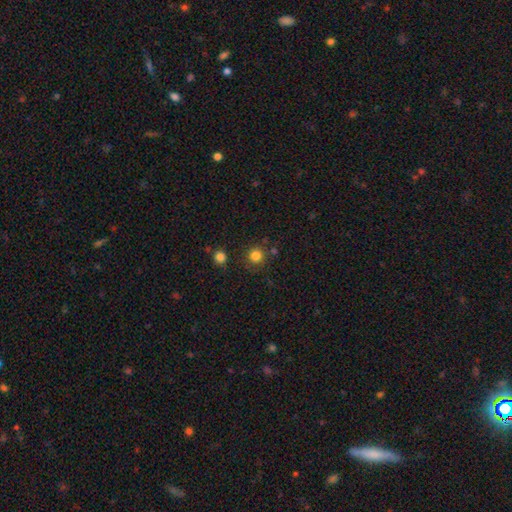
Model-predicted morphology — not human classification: This appears to be a smooth galaxy with no disk features (82%) that is round (94%). Merging: none (83%).